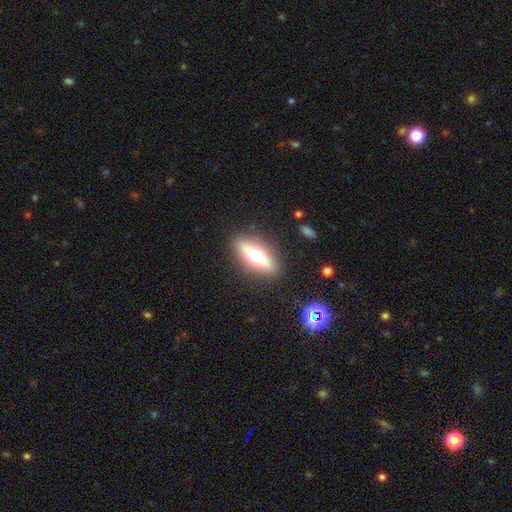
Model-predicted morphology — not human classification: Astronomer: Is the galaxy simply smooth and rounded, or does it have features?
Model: featured or disk — 52% (runner-up: smooth, 40%).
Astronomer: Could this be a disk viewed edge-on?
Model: yes — 83%.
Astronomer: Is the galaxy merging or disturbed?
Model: none — 87%.